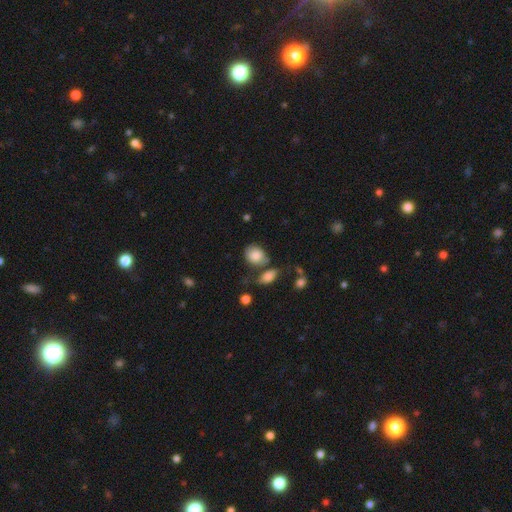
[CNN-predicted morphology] type=smooth (83%); roundness=round (59%); merging=none (50%).